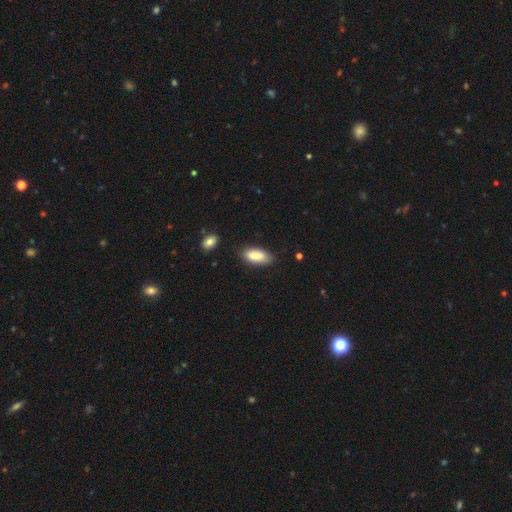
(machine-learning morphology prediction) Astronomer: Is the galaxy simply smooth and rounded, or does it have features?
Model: smooth — 85%.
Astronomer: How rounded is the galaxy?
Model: in between — 85%.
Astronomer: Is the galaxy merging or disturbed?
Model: none — 79%.